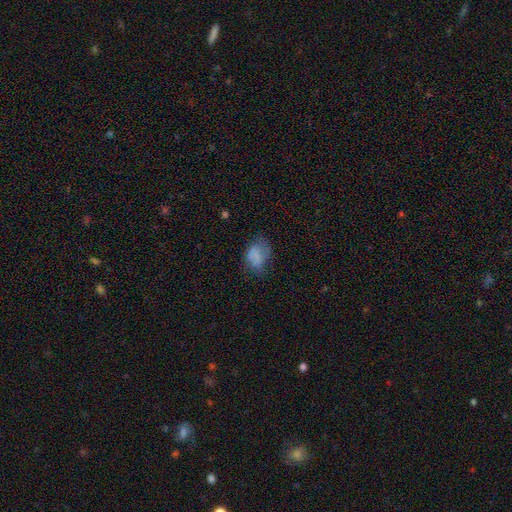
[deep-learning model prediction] Smooth or featured? Predicted: smooth (p=0.72). How rounded? Predicted: in between (p=0.76). Merging? Predicted: none (p=0.43).